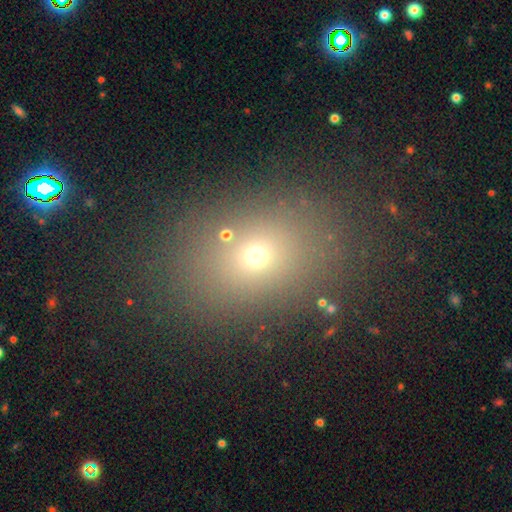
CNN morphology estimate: This appears to be a smooth galaxy with no disk features (63%) that is in between round and cigar-shaped (55%). Merging: none (81%).